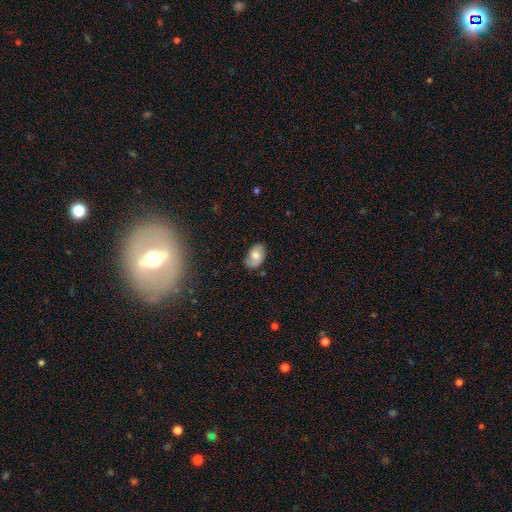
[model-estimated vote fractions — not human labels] Smooth or featured? Predicted: smooth (p=0.57). How rounded? Predicted: in between (p=0.87). Merging? Predicted: none (p=0.67).